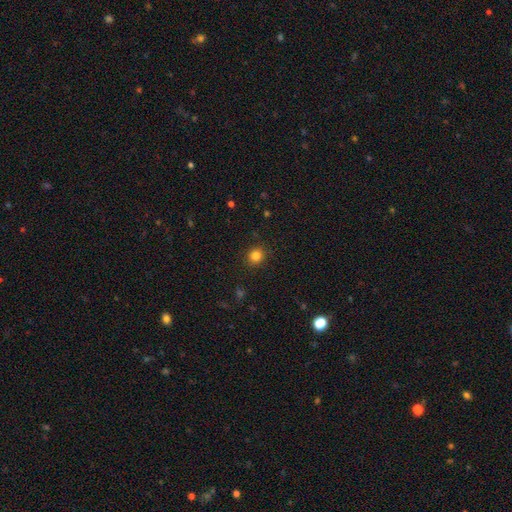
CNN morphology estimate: Smooth or featured?
  - smooth: 83% *
  - star or artifact: 13%
  - featured or disk: 5%
How rounded?
  - round: 88% *
  - in between: 11%
  - cigar-shaped: 1%
Merging?
  - none: 90% *
  - minor disturbance: 6%
  - major disturbance: 2%
  - merger: 1%